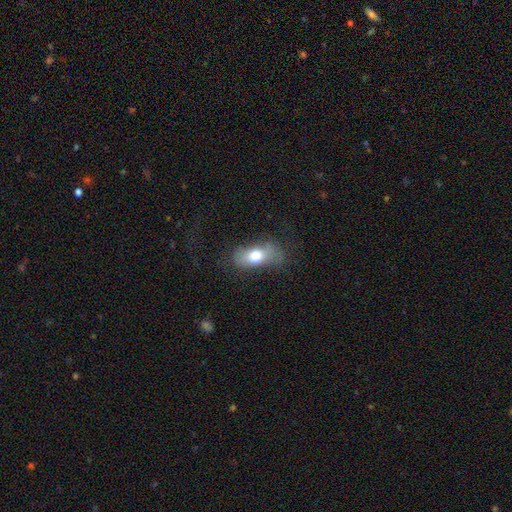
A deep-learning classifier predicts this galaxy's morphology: Q: Smooth or featured?
A: smooth (68%); runner-up: featured or disk (24%)
Q: How rounded?
A: in between (86%); runner-up: round (7%)
Q: Merging?
A: none (54%); runner-up: minor disturbance (27%)